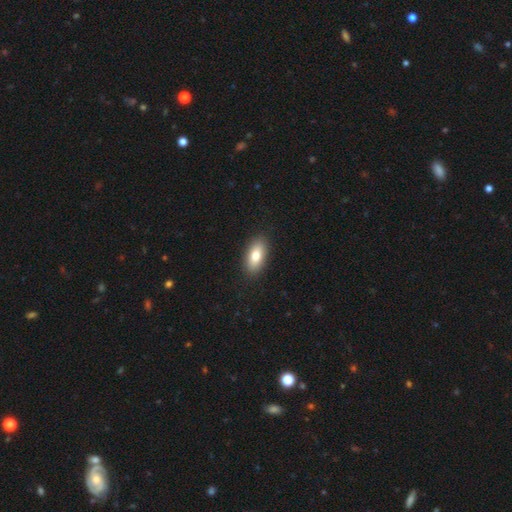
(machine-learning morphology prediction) Overall: smooth (79%). How rounded: in between (89%). Merging: none (89%).